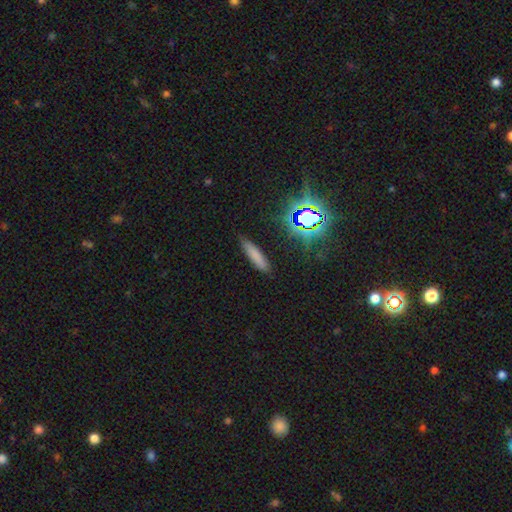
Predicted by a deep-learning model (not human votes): Smooth or featured?
  - smooth: 72% *
  - star or artifact: 16%
  - featured or disk: 11%
How rounded?
  - cigar-shaped: 77% *
  - in between: 21%
  - round: 2%
Merging?
  - none: 84% *
  - minor disturbance: 11%
  - major disturbance: 3%
  - merger: 2%